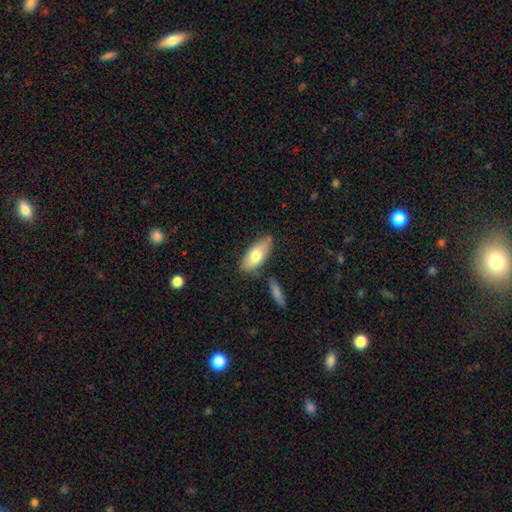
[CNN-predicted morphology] This appears to be a smooth galaxy with no disk features (71%) that is in between round and cigar-shaped (87%). Merging: none (71%).